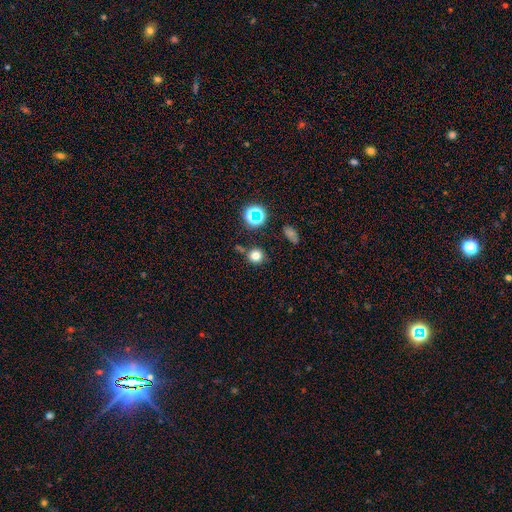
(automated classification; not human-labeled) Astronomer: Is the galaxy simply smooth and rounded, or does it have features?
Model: smooth — 75%.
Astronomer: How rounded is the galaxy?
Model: round — 90%.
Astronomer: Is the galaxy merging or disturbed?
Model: none — 81%.